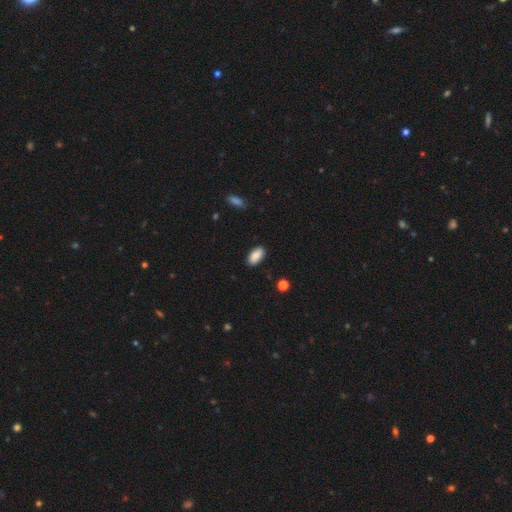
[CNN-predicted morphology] Smooth or featured? Predicted: smooth (p=0.88). How rounded? Predicted: in between (p=0.93). Merging? Predicted: none (p=0.88).